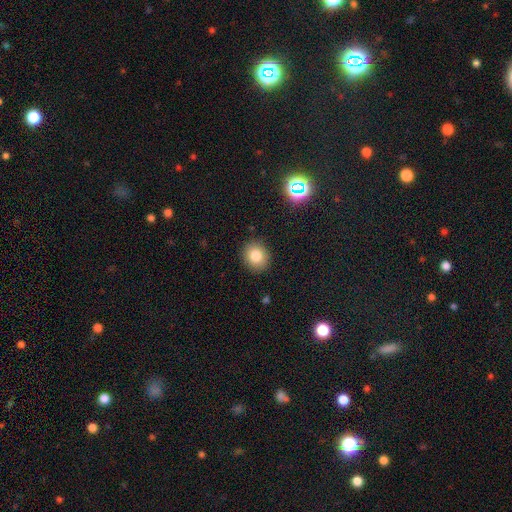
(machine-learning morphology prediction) Q: Smooth or featured?
A: smooth (81%); runner-up: star or artifact (12%)
Q: How rounded?
A: round (77%); runner-up: in between (22%)
Q: Merging?
A: none (90%); runner-up: minor disturbance (7%)